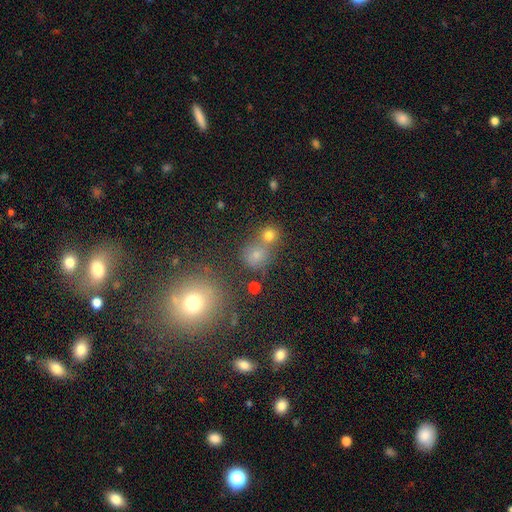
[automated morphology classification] A smooth galaxy with no disk features (70%) that is round (80%).

Vote fractions:
- Smooth or featured? smooth: 70% / star or artifact: 20% / featured or disk: 10%
- How rounded? round: 80% / in between: 19% / cigar-shaped: 1%
- Merging? none: 49% / merger: 37% / minor disturbance: 10% / major disturbance: 5%